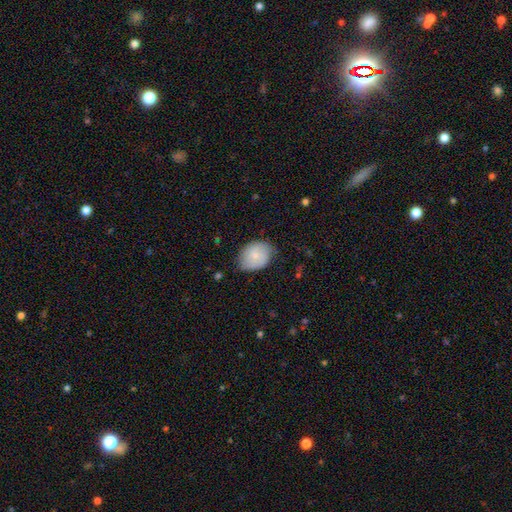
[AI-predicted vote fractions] Smooth or featured?
  - smooth: 74% *
  - featured or disk: 19%
  - star or artifact: 7%
How rounded?
  - in between: 61% *
  - round: 38%
  - cigar-shaped: 1%
Merging?
  - none: 66% *
  - minor disturbance: 28%
  - major disturbance: 5%
  - merger: 1%